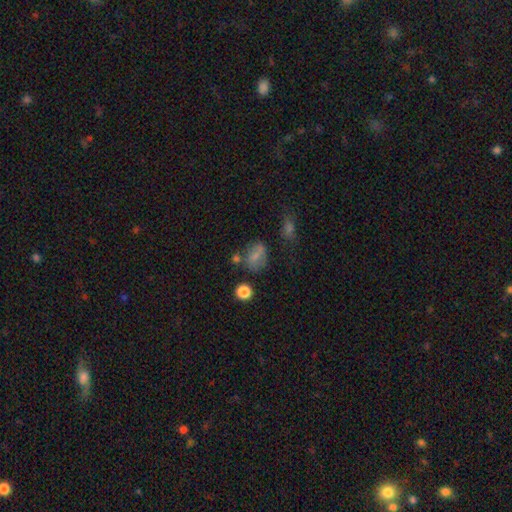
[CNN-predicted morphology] Smooth or featured?
  - smooth: 66% *
  - featured or disk: 19%
  - star or artifact: 15%
How rounded?
  - in between: 57% *
  - round: 41%
  - cigar-shaped: 2%
Merging?
  - none: 56% *
  - minor disturbance: 21%
  - merger: 13%
  - major disturbance: 10%